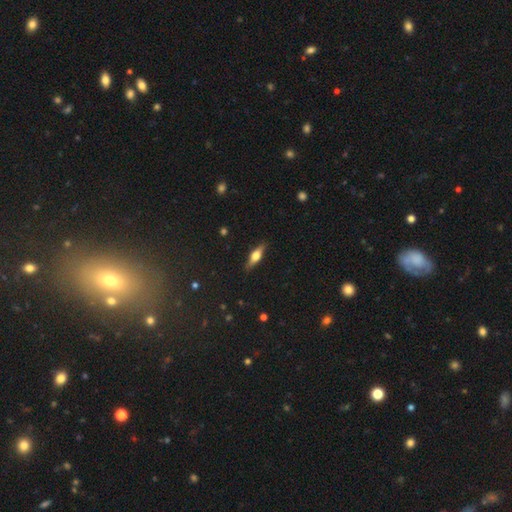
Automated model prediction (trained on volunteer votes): A featured or disk galaxy (53%) viewed edge-on (93%).

Vote fractions:
- Smooth or featured? featured or disk: 53% / smooth: 40% / star or artifact: 7%
- Edge-on disk? yes: 93% / no: 7%
- Merging? none: 87% / minor disturbance: 9% / major disturbance: 2% / merger: 1%